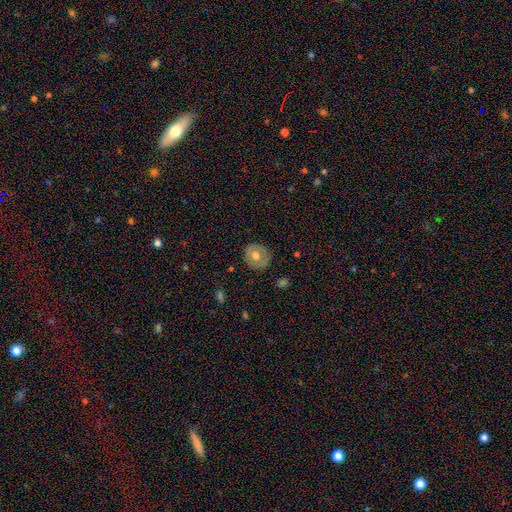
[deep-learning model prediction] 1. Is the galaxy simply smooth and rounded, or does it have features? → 57% smooth, 35% featured or disk, 7% star or artifact.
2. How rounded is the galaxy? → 87% round, 12% in between, 1% cigar-shaped.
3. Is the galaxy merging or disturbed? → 85% none, 11% minor disturbance, 3% major disturbance, 1% merger.